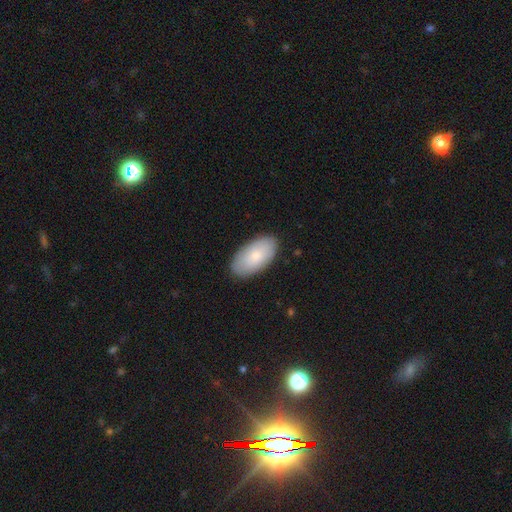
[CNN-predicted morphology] The model was most divided on "smooth or featured": smooth: 78%, featured or disk: 17%, star or artifact: 6%. More confident: how rounded — in between (95%); merging — none (87%).